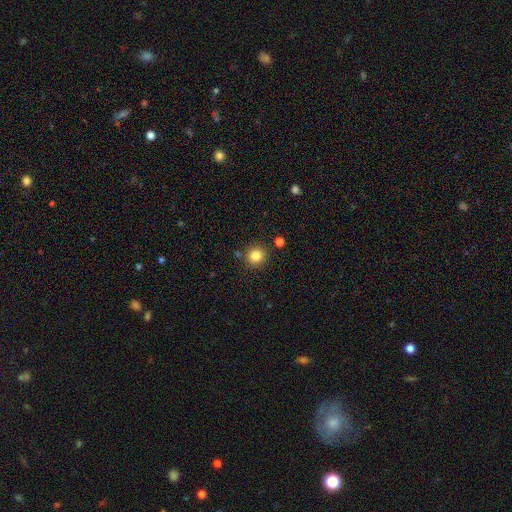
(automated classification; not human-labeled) smooth-or-featured: smooth: 83% | star or artifact: 11% | featured or disk: 5%
  how-rounded: round: 92% | in between: 7% | cigar-shaped: 1%
  merging: none: 86% | minor disturbance: 7% | merger: 4% | major disturbance: 2%